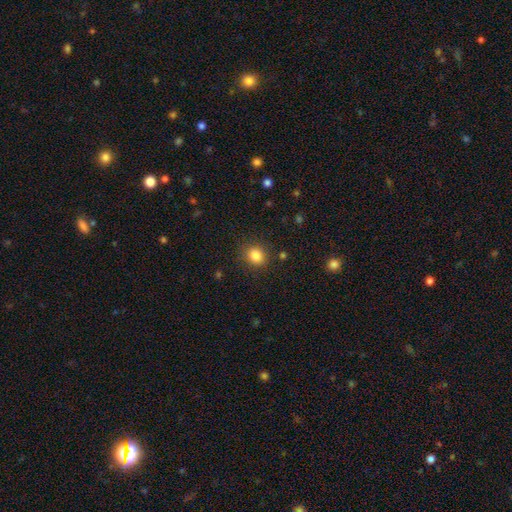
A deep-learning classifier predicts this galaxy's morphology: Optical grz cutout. It shows a smooth galaxy with no disk features (84%) that is round (78%). Merging: none (87%).